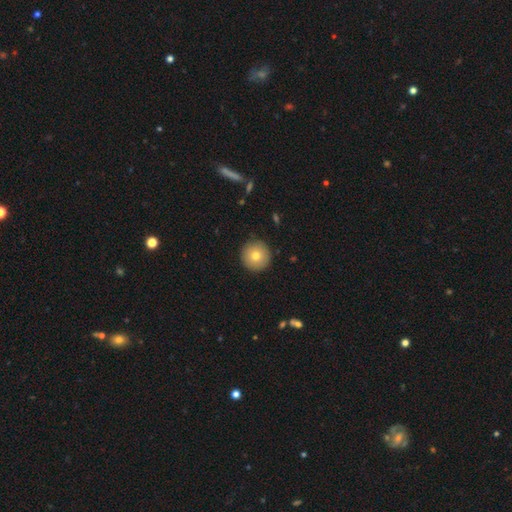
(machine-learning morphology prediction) A smooth galaxy with no disk features (76%) that is round (96%).

Vote fractions:
- Smooth or featured? smooth: 76% / featured or disk: 15% / star or artifact: 9%
- How rounded? round: 96% / in between: 3% / cigar-shaped: 1%
- Merging? none: 91% / minor disturbance: 7% / major disturbance: 2% / merger: 1%